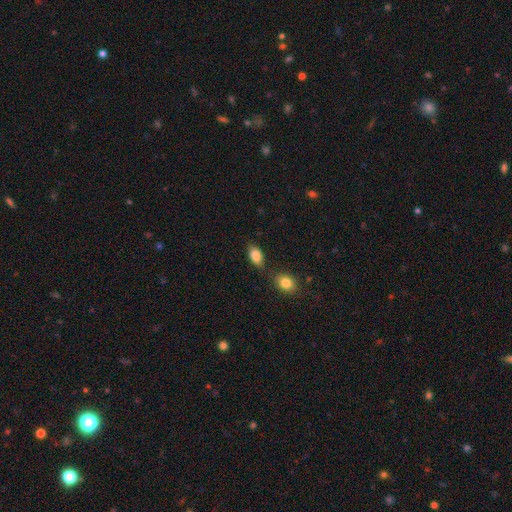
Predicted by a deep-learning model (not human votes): Smooth or featured? smooth (86%)
How rounded? in between (90%)
Merging? none (66%)